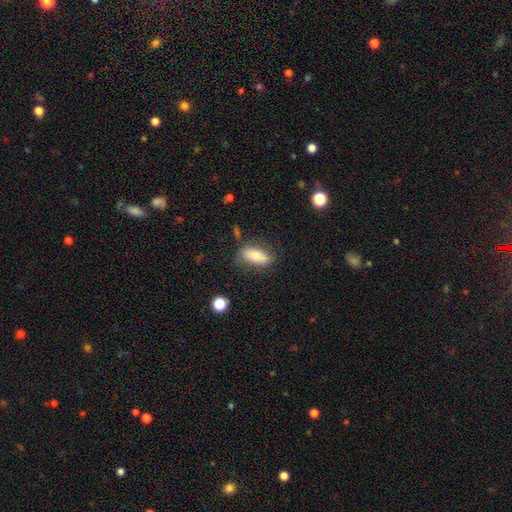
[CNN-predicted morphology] A smooth galaxy with no disk features (64%) that is in between round and cigar-shaped (84%). Merging: none (67%).